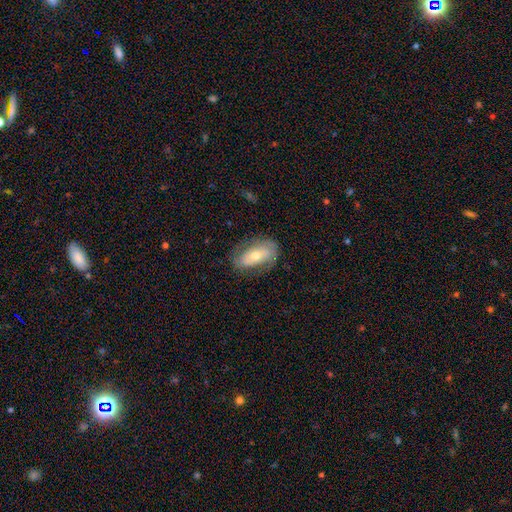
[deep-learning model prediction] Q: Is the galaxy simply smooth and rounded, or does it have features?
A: featured or disk — 51%.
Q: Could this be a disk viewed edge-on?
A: no — 89%.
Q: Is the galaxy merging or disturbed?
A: none — 70%.